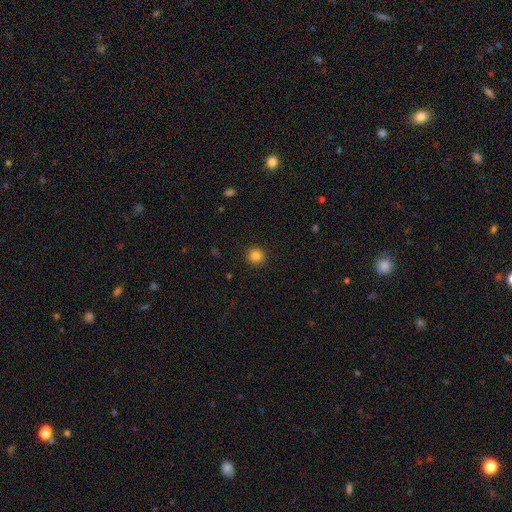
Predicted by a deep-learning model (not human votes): smooth 85%, star or artifact 12%, featured or disk 4%. Down the decision tree: how rounded — round (93%); merging — none (92%).